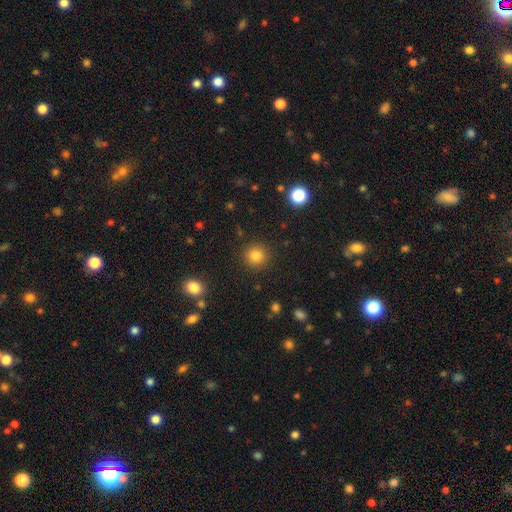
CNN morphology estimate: Smooth or featured? Predicted: smooth (p=0.83). How rounded? Predicted: round (p=0.93). Merging? Predicted: none (p=0.91).